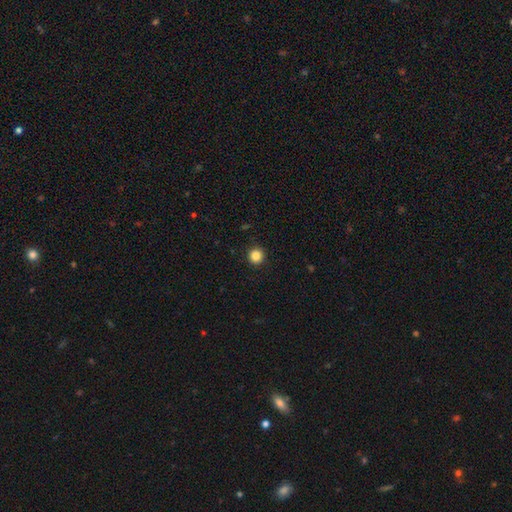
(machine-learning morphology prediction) Smooth or featured? Predicted: smooth (p=0.85). How rounded? Predicted: round (p=0.96). Merging? Predicted: none (p=0.93).